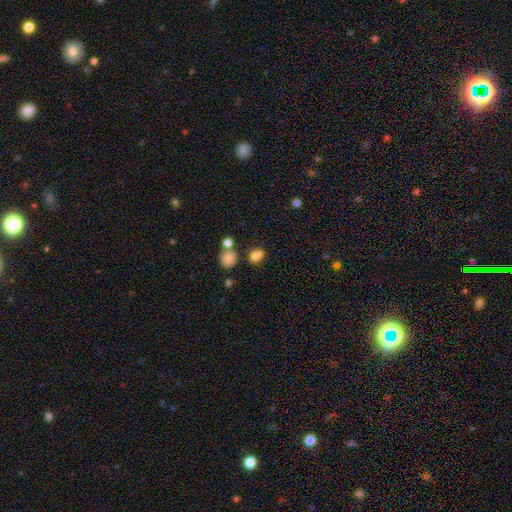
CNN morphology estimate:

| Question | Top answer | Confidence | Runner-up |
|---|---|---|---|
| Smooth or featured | smooth | 77% | star or artifact (14%) |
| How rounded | round | 69% | in between (30%) |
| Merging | none | 52% | merger (31%) |